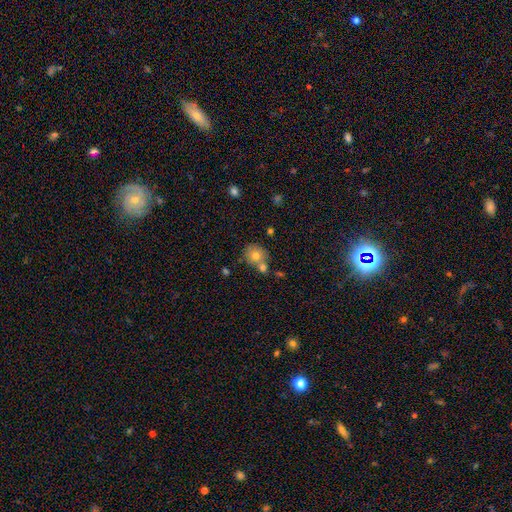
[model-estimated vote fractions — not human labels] Smooth or featured: smooth — 73% (featured or disk — 16%)
How rounded: round — 80% (in between — 19%)
Merging: none — 51% (merger — 35%)